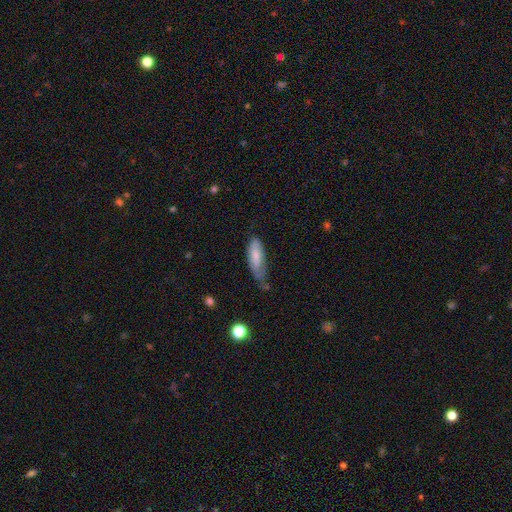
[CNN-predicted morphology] This appears to be a smooth galaxy with no disk features (76%) that is in between round and cigar-shaped (61%). Merging: minor disturbance (42%).